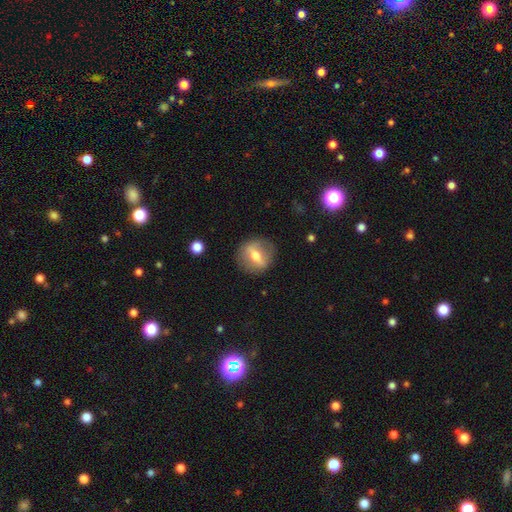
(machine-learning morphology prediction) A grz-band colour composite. It shows a featured or disk galaxy (59%). Merging: none (85%).